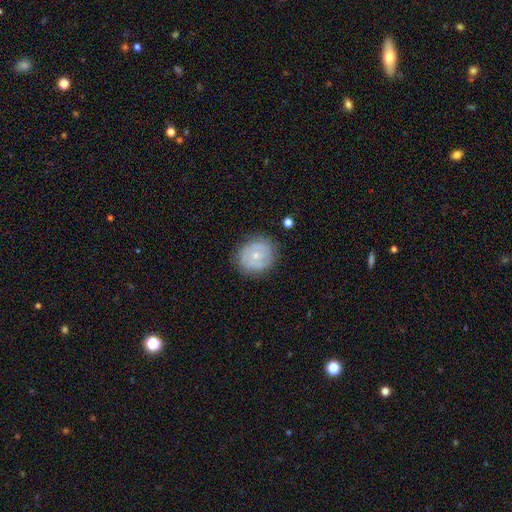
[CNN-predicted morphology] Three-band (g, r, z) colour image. It shows a featured or disk galaxy (51%). Merging: none (78%).